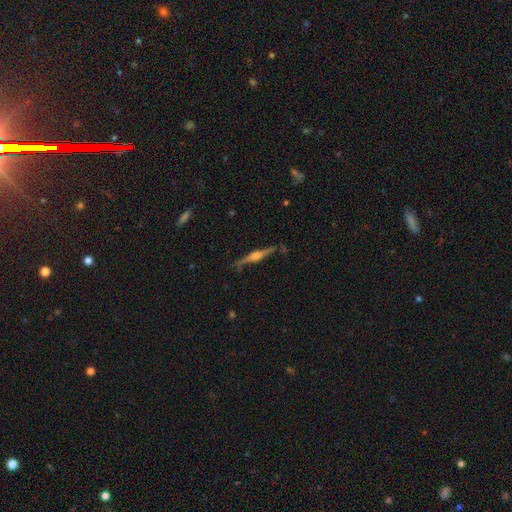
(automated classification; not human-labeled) Q: Smooth or featured?
A: featured or disk (80%); runner-up: smooth (13%)
Q: Edge-on disk?
A: yes (98%); runner-up: no (2%)
Q: Edge-on bulge?
A: rounded (80%); runner-up: boxy (16%)
Q: Merging?
A: none (85%); runner-up: minor disturbance (11%)